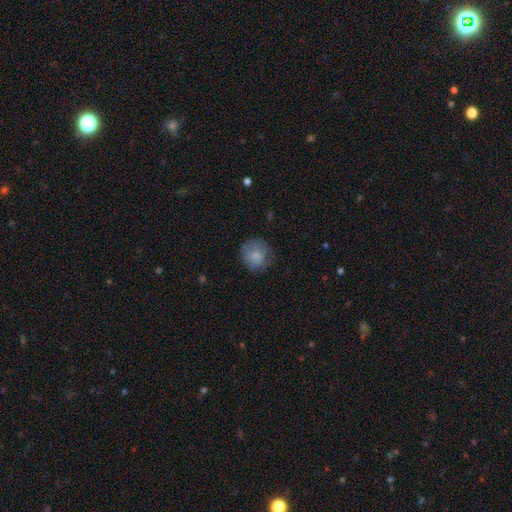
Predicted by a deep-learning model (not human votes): Smooth or featured: smooth — 77% (featured or disk — 15%)
How rounded: round — 87% (in between — 12%)
Merging: none — 69% (minor disturbance — 21%)